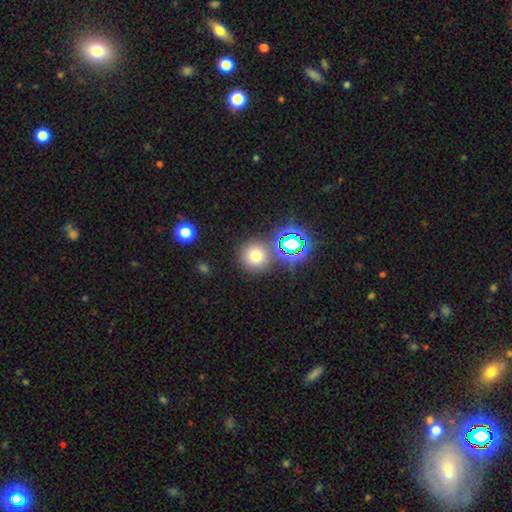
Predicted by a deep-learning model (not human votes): This is likely a smooth galaxy (68%). How rounded: clearly round (93%). Merging: likely none (78%).